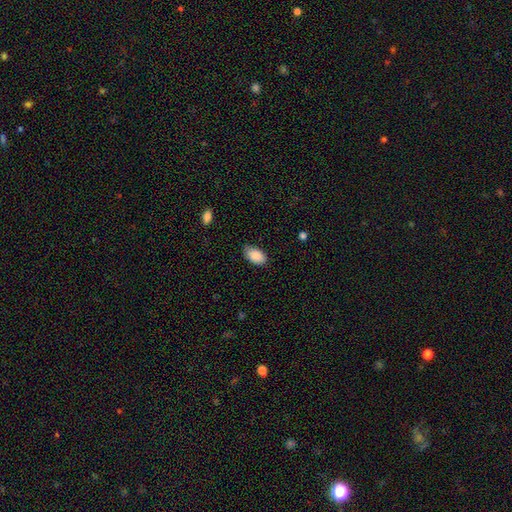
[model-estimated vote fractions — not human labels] Smooth or featured?
  - smooth: 89% *
  - star or artifact: 7%
  - featured or disk: 5%
How rounded?
  - in between: 94% *
  - round: 4%
  - cigar-shaped: 1%
Merging?
  - none: 76% *
  - minor disturbance: 20%
  - major disturbance: 3%
  - merger: 1%